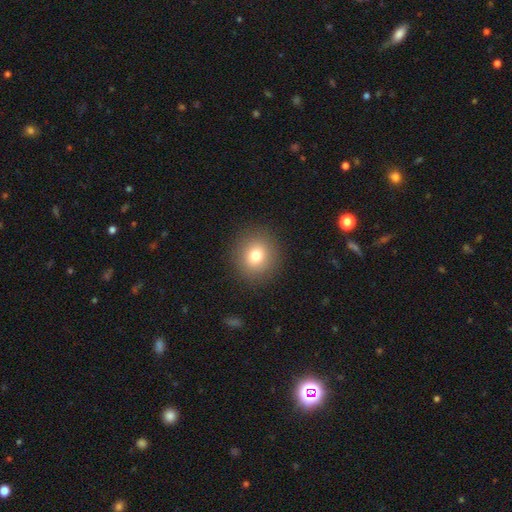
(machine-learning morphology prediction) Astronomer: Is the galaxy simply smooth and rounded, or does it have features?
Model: smooth — 77%.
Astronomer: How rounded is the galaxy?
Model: round — 84%.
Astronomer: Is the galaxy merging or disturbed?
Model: none — 90%.